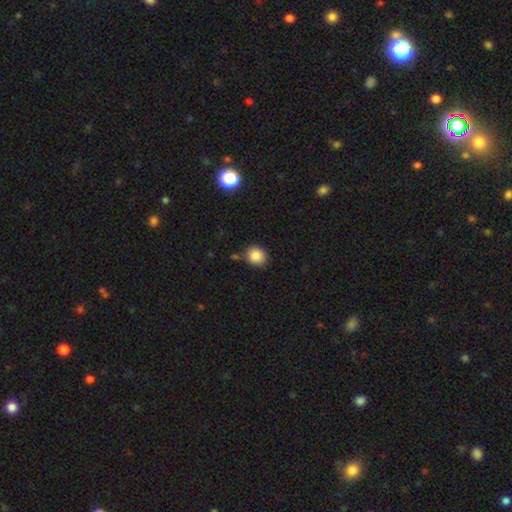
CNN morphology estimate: Smooth or featured? Predicted: smooth (p=0.86). How rounded? Predicted: round (p=0.70). Merging? Predicted: none (p=0.79).